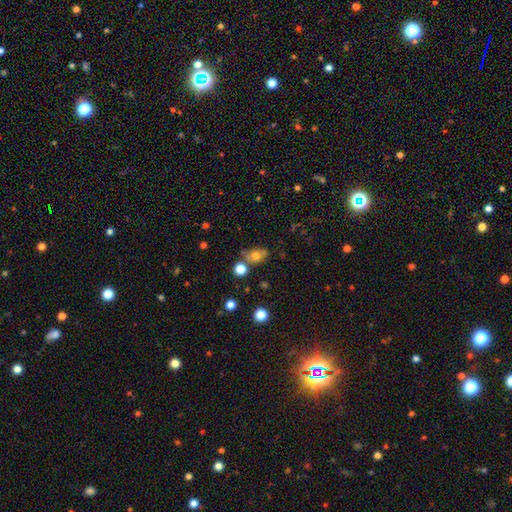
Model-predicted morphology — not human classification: smooth 68%, featured or disk 17%, star or artifact 15%. Down the decision tree: how rounded — in between (60%); merging — none (54%).